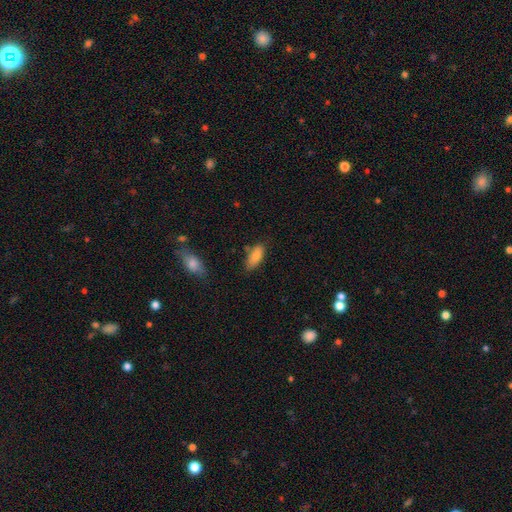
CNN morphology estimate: A smooth galaxy with no disk features (83%) that is in between round and cigar-shaped (81%).

Vote fractions:
- Smooth or featured? smooth: 83% / featured or disk: 10% / star or artifact: 7%
- How rounded? in between: 81% / cigar-shaped: 17% / round: 2%
- Merging? none: 68% / minor disturbance: 22% / merger: 6% / major disturbance: 4%